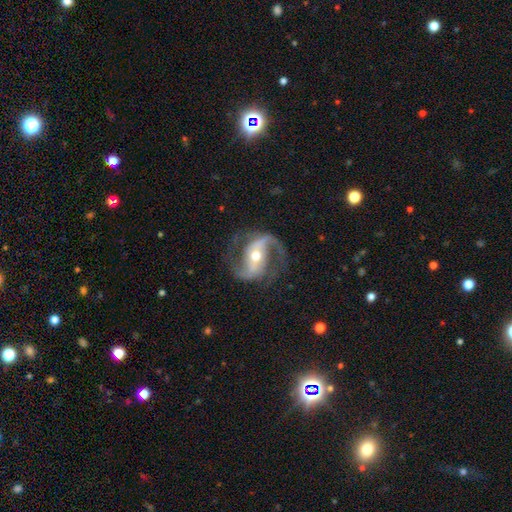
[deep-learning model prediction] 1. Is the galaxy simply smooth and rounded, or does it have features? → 91% featured or disk, 5% smooth, 4% star or artifact.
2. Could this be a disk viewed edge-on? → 97% no, 3% yes.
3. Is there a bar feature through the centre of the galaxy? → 40% strong, 34% weak, 26% no.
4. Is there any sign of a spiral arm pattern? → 97% yes, 3% no.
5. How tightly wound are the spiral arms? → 54% medium, 34% loose, 12% tight.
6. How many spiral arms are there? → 92% 2, 3% 1, 2% can't tell, 1% 3, 1% 4, 1% more than 4.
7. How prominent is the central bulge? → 68% moderate, 25% small, 5% large, 1% dominant, 1% none.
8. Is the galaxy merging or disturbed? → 76% none, 14% minor disturbance, 9% major disturbance, 1% merger.